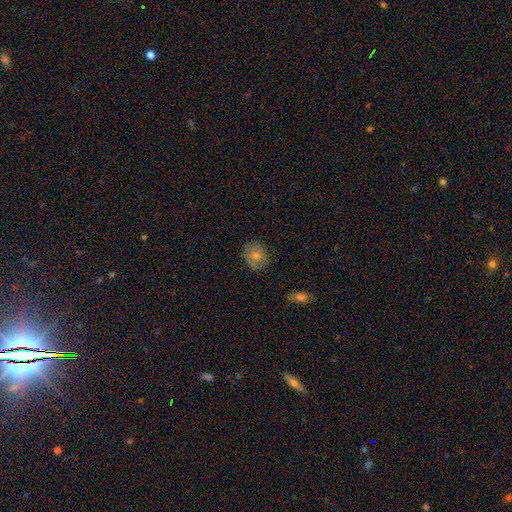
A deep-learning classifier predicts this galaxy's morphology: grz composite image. It shows a smooth galaxy with no disk features (75%) that is round (63%). Merging: none (79%).